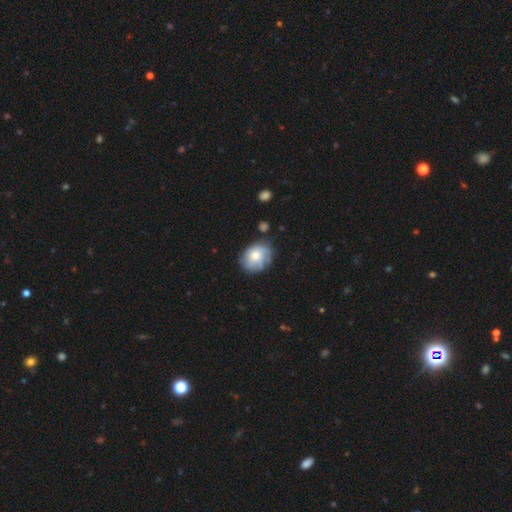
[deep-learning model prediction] Smooth or featured?
  - featured or disk: 51% *
  - smooth: 42%
  - star or artifact: 8%
Edge-on disk?
  - no: 97% *
  - yes: 3%
Merging?
  - none: 67% *
  - minor disturbance: 22%
  - major disturbance: 8%
  - merger: 3%